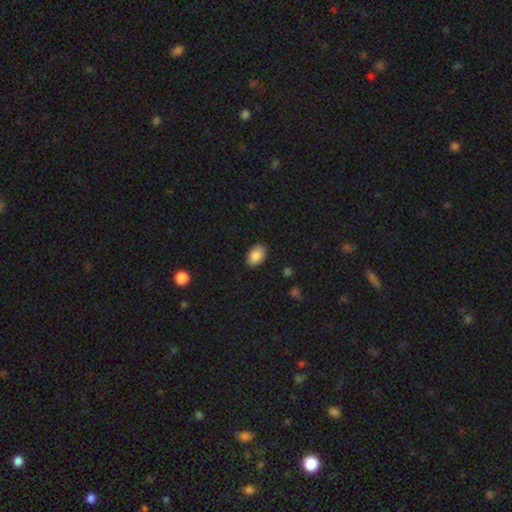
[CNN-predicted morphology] Overall: smooth (86%). How rounded: in between (90%). Merging: none (86%).